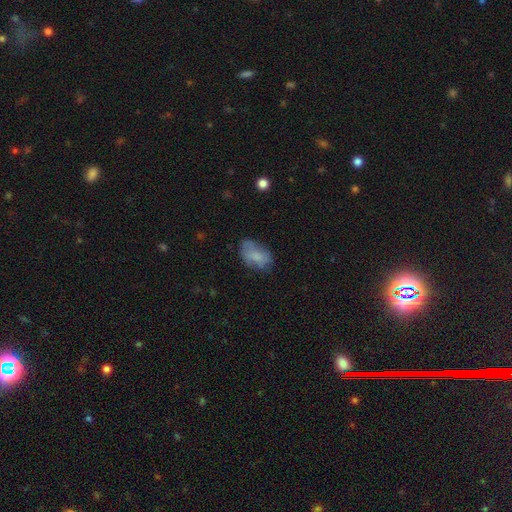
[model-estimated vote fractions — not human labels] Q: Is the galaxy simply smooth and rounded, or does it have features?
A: smooth — 73%.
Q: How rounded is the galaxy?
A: in between — 89%.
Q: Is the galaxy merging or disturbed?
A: none — 57%.